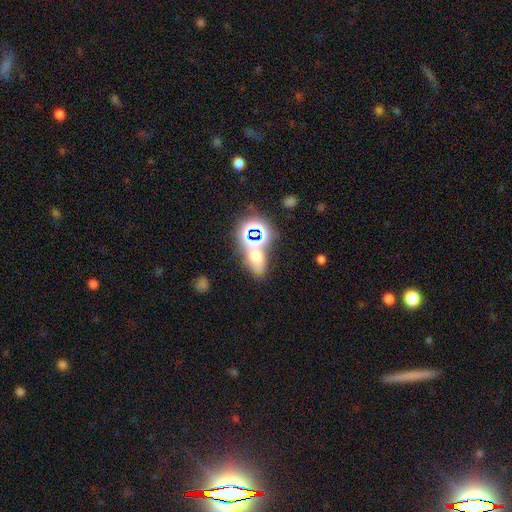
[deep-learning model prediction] A smooth galaxy with no disk features (47%).

Vote fractions:
- Smooth or featured? smooth: 47% / star or artifact: 37% / featured or disk: 16%
- Merging? none: 53% / merger: 26% / minor disturbance: 13% / major disturbance: 8%